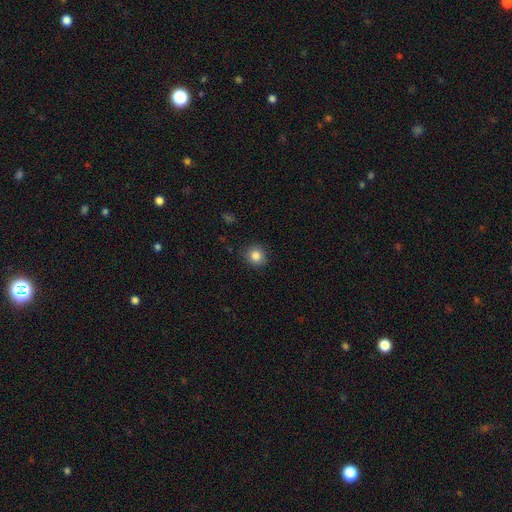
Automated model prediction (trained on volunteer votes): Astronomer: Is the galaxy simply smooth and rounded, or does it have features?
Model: smooth — 85%.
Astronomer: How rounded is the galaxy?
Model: round — 85%.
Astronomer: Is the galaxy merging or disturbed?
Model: none — 87%.